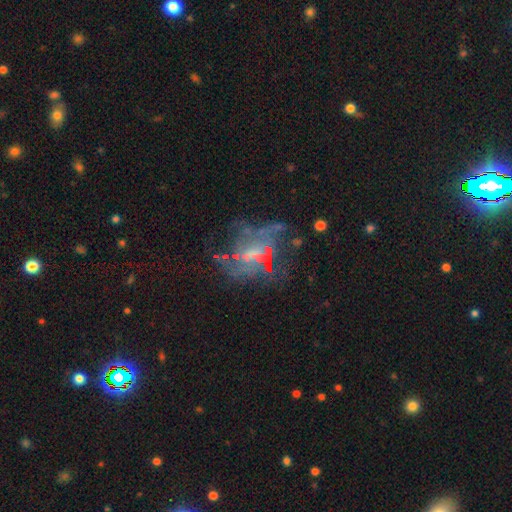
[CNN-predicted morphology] This appears to be a featured or disk galaxy (69%) with no bar (60%), no spiral arms (56%) and no central bulge (45%). Merging: none (44%).